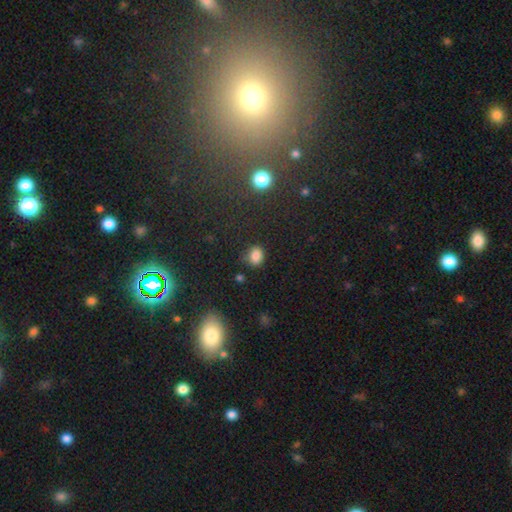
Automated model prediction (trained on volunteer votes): This is clearly a smooth galaxy (83%). How rounded: possibly round (51%). Merging: likely none (75%).